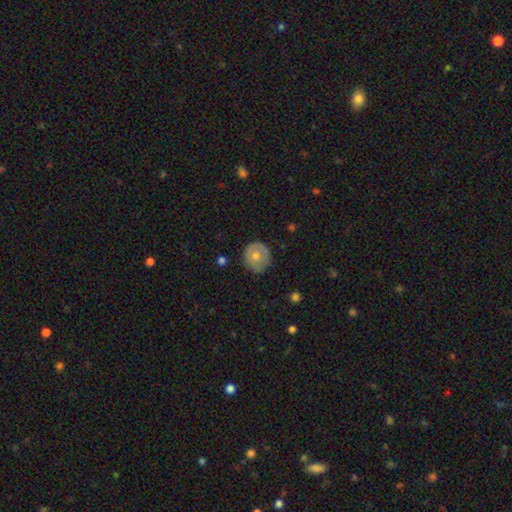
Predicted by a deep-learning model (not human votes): A smooth galaxy with no disk features (57%) that is round (87%). Merging: none (80%).